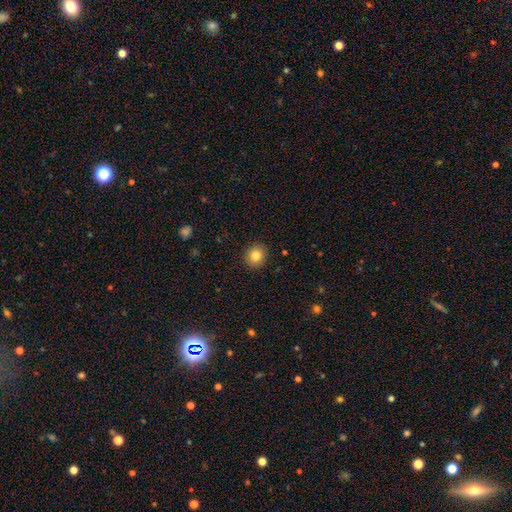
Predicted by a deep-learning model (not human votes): A smooth galaxy with no disk features (82%) that is round (80%). Merging: none (91%).